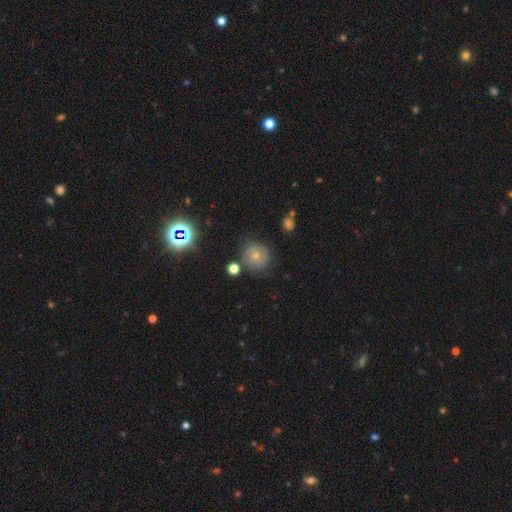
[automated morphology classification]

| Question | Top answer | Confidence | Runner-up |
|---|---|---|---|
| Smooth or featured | smooth | 64% | featured or disk (21%) |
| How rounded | round | 86% | in between (13%) |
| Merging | none | 68% | minor disturbance (20%) |